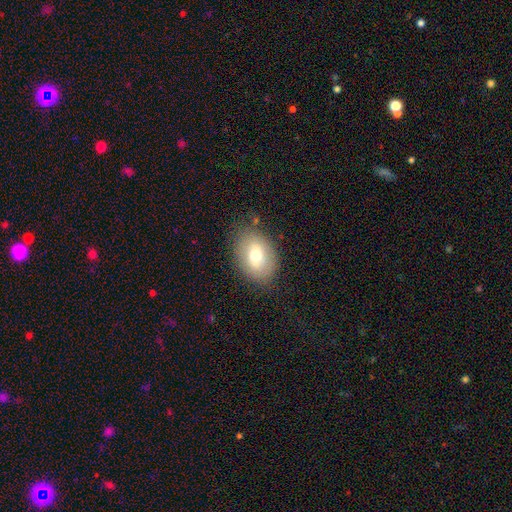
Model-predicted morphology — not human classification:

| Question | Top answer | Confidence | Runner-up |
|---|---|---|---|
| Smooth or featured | smooth | 65% | featured or disk (26%) |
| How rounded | in between | 77% | round (22%) |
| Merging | none | 78% | minor disturbance (15%) |